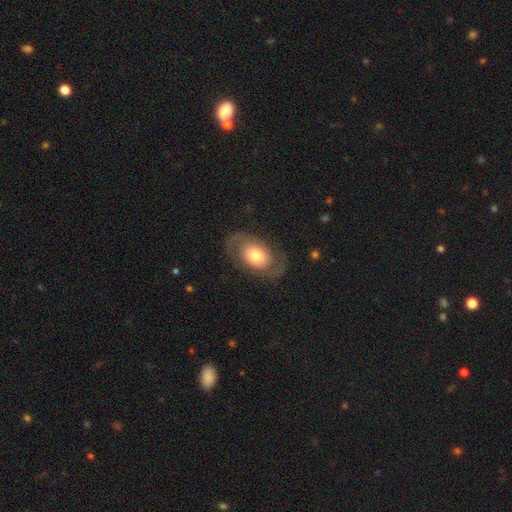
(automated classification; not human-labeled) A featured or disk galaxy (64%) with no bar (80%), spiral arms (80%) and a moderate central bulge (60%). Merging: none (77%).